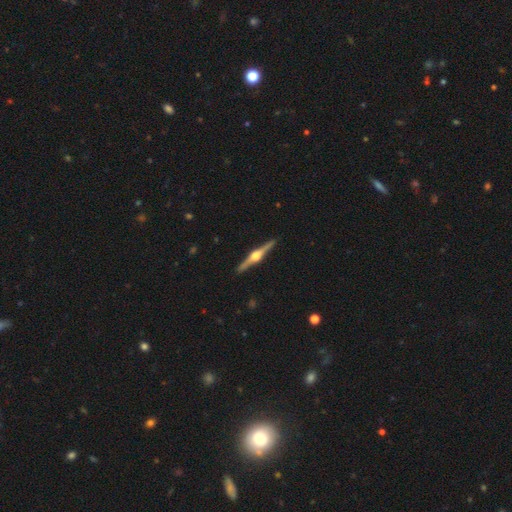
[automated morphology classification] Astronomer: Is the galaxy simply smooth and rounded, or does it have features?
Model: featured or disk — 86%.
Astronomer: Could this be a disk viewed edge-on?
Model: yes — 99%.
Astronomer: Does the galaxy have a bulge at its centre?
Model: rounded — 95%.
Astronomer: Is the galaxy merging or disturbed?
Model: none — 92%.